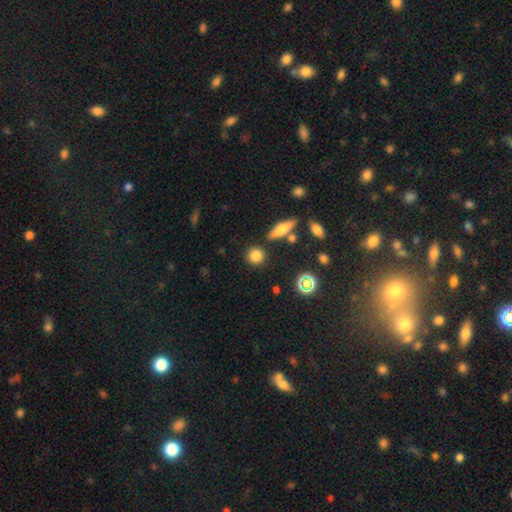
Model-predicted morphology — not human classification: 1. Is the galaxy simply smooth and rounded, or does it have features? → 79% smooth, 12% star or artifact, 9% featured or disk.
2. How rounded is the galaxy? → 88% round, 10% in between, 3% cigar-shaped.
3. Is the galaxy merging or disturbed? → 83% none, 8% minor disturbance, 5% merger, 3% major disturbance.